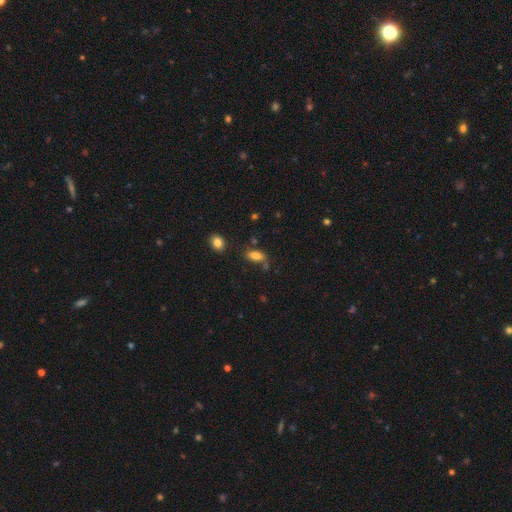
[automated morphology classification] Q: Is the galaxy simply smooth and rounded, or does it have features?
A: smooth — 79%.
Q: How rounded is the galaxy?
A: in between — 85%.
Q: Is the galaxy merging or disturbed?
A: none — 64%.